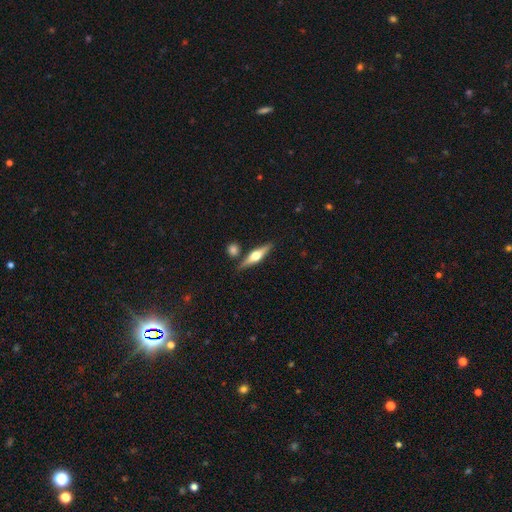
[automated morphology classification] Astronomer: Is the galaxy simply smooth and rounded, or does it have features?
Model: featured or disk — 64%.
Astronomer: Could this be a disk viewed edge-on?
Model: yes — 96%.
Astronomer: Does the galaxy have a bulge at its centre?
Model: rounded — 94%.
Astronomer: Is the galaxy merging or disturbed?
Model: none — 81%.